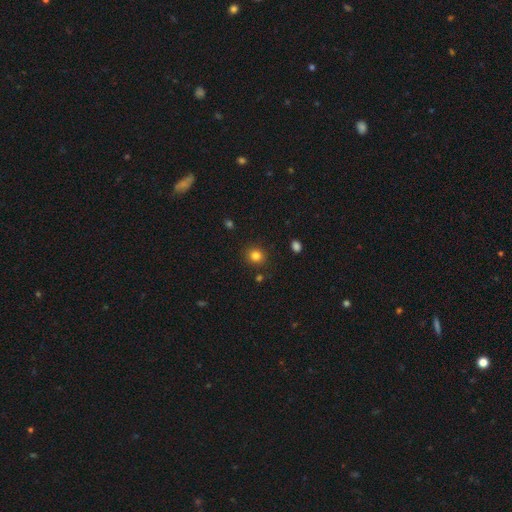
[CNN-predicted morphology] Overall: smooth (83%). How rounded: round (85%). Merging: none (88%).